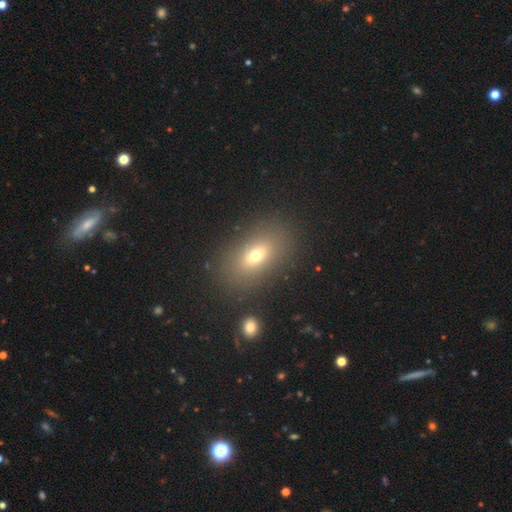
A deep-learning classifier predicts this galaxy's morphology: type=smooth (66%); roundness=in between (82%); merging=none (84%).